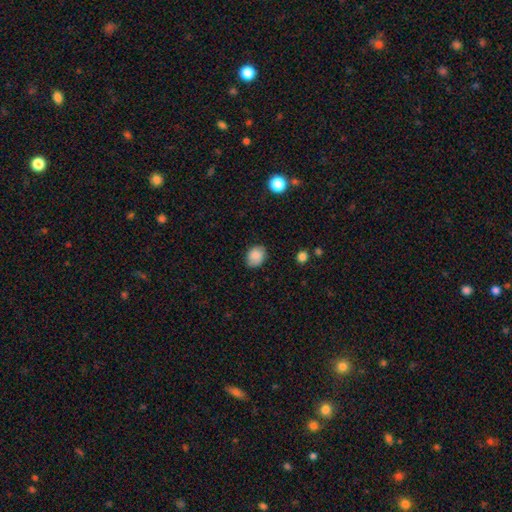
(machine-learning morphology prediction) smooth 82%, featured or disk 9%, star or artifact 8%. Down the decision tree: how rounded — in between (64%); merging — none (78%).